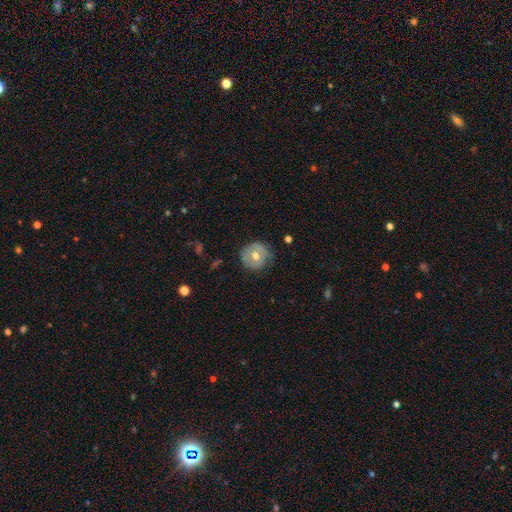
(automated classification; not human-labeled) smooth-or-featured: smooth: 52% | featured or disk: 39% | star or artifact: 9%
  how-rounded: round: 91% | in between: 8% | cigar-shaped: 1%
  merging: none: 77% | minor disturbance: 18% | major disturbance: 4% | merger: 1%